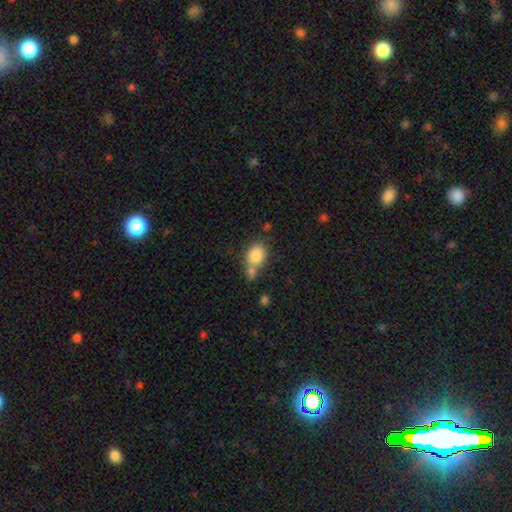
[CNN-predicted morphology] The model was most divided on "merging": none: 49%, merger: 33%, minor disturbance: 13%, major disturbance: 5%. More confident: smooth or featured — smooth (84%); how rounded — in between (60%).